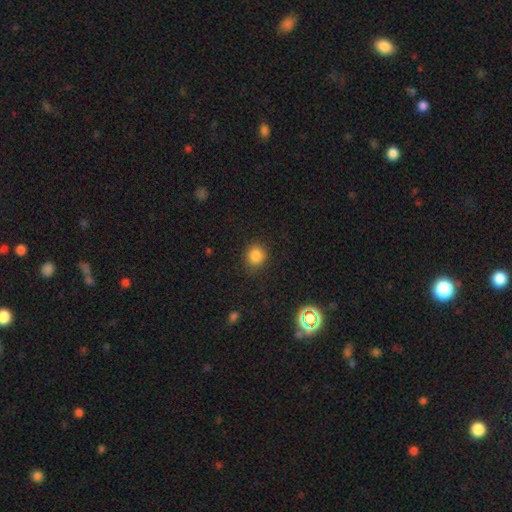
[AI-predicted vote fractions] Overall: smooth (83%). How rounded: round (82%). Merging: none (87%).